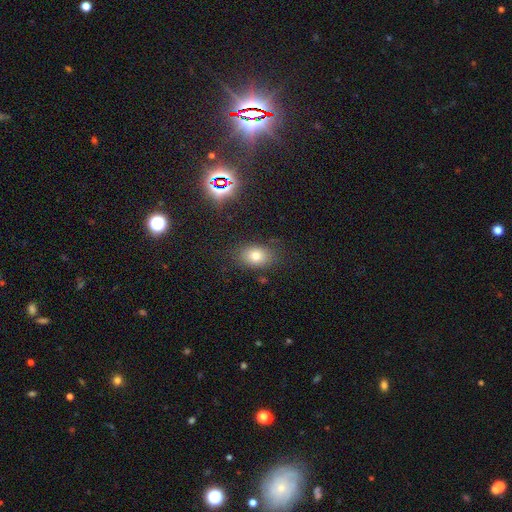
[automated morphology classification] The model was most divided on "how rounded": in between: 72%, round: 26%, cigar-shaped: 1%. More confident: merging — none (81%); smooth or featured — smooth (76%).